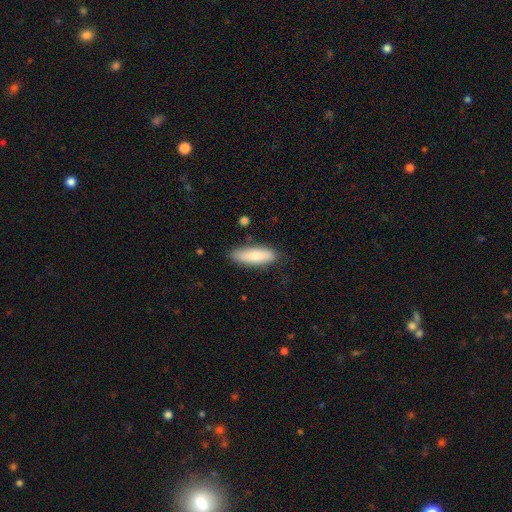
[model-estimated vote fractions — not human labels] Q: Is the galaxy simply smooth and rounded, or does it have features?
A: smooth — 78%.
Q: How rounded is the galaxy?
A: in between — 54%.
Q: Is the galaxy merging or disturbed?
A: none — 79%.